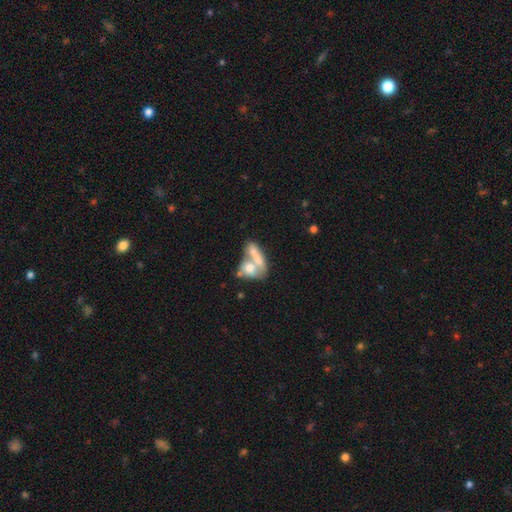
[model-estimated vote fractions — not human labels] Q: Smooth or featured?
A: smooth (64%); runner-up: featured or disk (28%)
Q: How rounded?
A: in between (63%); runner-up: round (20%)
Q: Merging?
A: merger (65%); runner-up: none (19%)